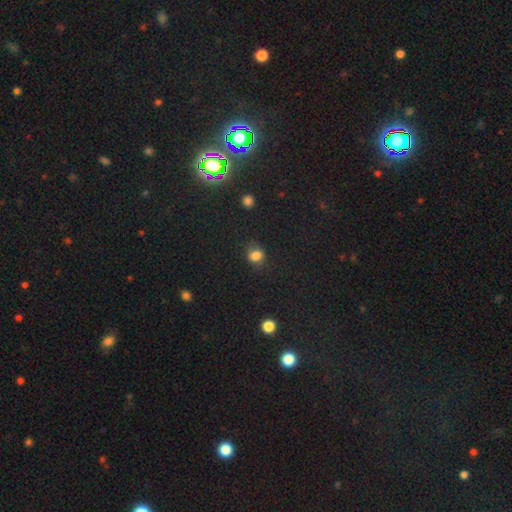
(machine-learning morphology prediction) smooth-or-featured: smooth: 79% | star or artifact: 14% | featured or disk: 7%
  how-rounded: round: 56% | in between: 42% | cigar-shaped: 1%
  merging: none: 70% | minor disturbance: 20% | major disturbance: 7% | merger: 3%